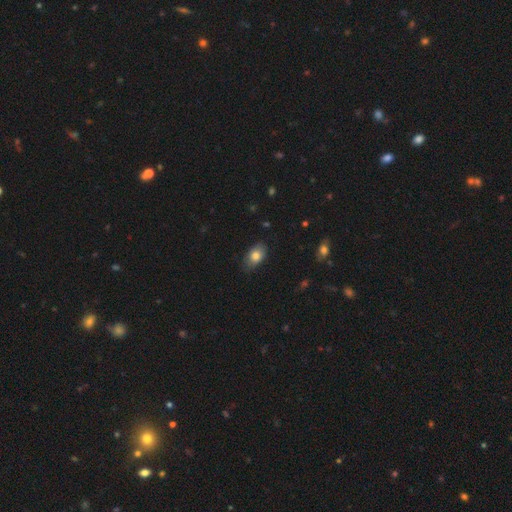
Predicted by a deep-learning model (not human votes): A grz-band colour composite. It shows a smooth galaxy with no disk features (81%) that is in between round and cigar-shaped (89%). Merging: none (77%).